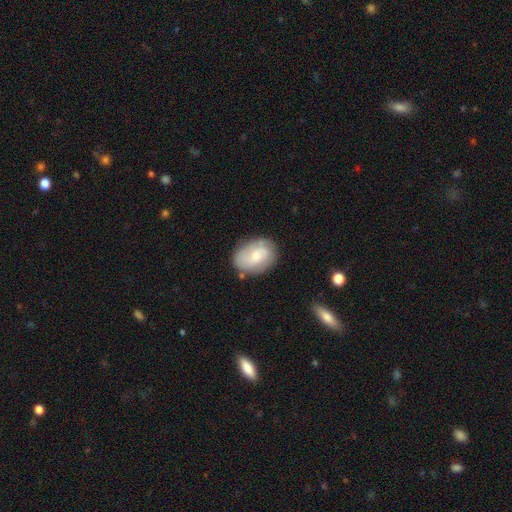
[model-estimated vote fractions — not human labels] smooth-or-featured: smooth: 55% | featured or disk: 39% | star or artifact: 6%
  how-rounded: in between: 75% | round: 24% | cigar-shaped: 1%
  merging: none: 72% | minor disturbance: 20% | major disturbance: 5% | merger: 4%